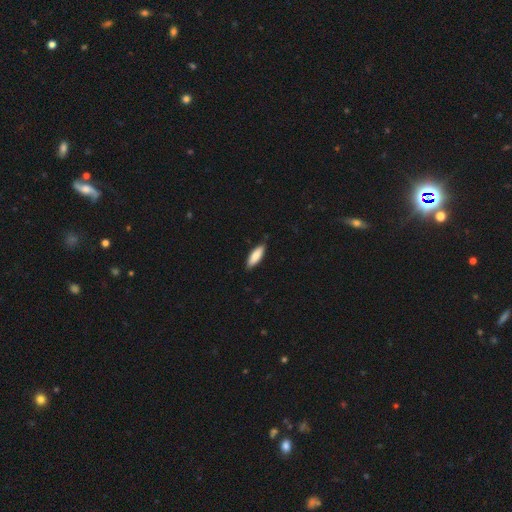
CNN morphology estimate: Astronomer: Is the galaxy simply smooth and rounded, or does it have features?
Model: smooth — 85%.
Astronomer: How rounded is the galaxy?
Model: in between — 54% (runner-up: cigar-shaped, 44%).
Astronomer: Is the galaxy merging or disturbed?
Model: none — 85%.